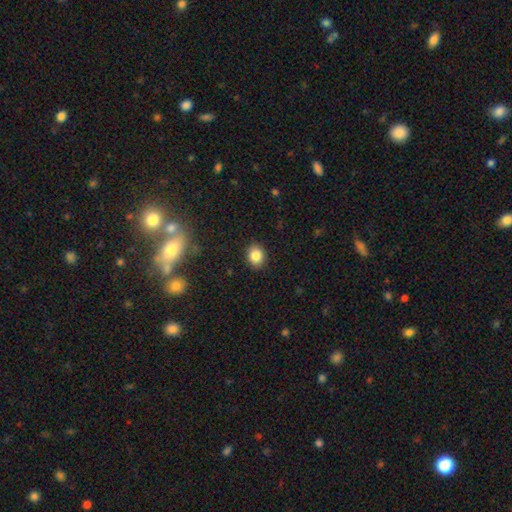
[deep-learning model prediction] Smooth or featured? smooth (84%)
How rounded? round (59%)
Merging? none (89%)